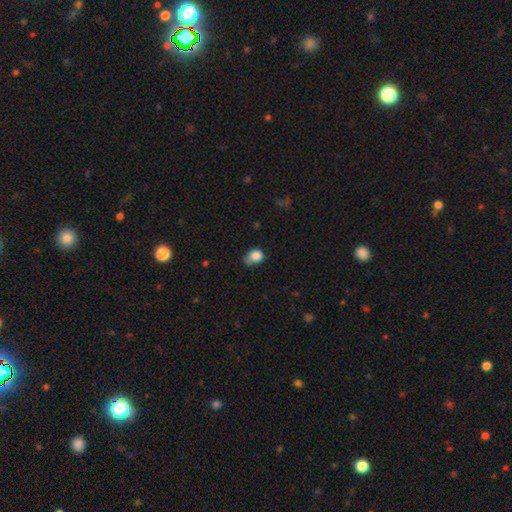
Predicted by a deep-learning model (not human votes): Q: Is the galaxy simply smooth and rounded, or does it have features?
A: smooth — 83%.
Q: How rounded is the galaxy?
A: in between — 53%.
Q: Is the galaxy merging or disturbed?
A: minor disturbance — 42%.